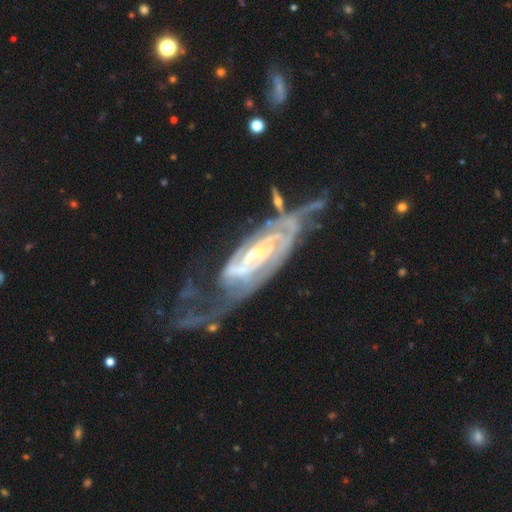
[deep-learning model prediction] smooth_or_featured: featured or disk (p=0.88) [alt: smooth p=0.06]
disk_edge_on: no (p=0.89) [alt: yes p=0.11]
bar: weak (p=0.37) [alt: no p=0.33]
has_spiral_arms: yes (p=0.95) [alt: no p=0.05]
spiral_winding: tight (p=0.60) [alt: medium p=0.31]
spiral_arm_count: 2 (p=0.44) [alt: can't tell p=0.30]
bulge_size: small (p=0.57) [alt: moderate p=0.28]
merging: none (p=0.35) [alt: major disturbance p=0.34]